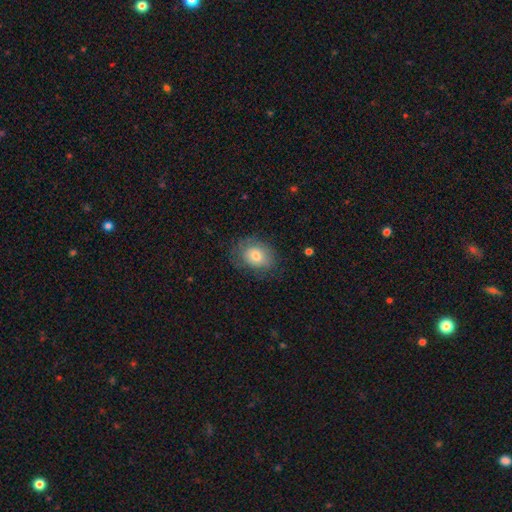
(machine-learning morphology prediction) This is likely a smooth galaxy (73%). How rounded: possibly in between (59%). Merging: likely none (70%).